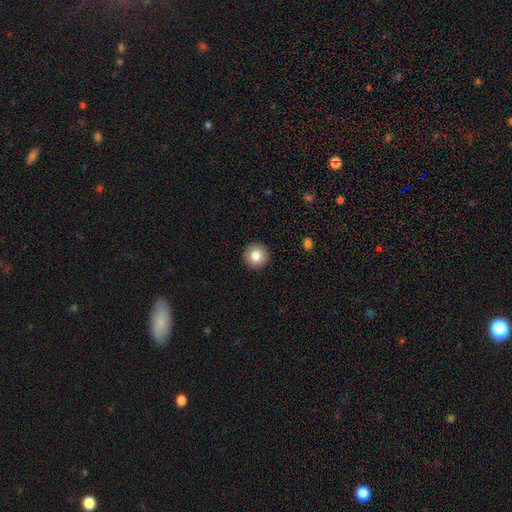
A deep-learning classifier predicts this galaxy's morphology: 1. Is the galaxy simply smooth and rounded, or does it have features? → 83% smooth, 9% featured or disk, 9% star or artifact.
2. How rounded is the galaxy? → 94% round, 5% in between, 1% cigar-shaped.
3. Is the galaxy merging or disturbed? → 92% none, 5% minor disturbance, 2% major disturbance, 1% merger.